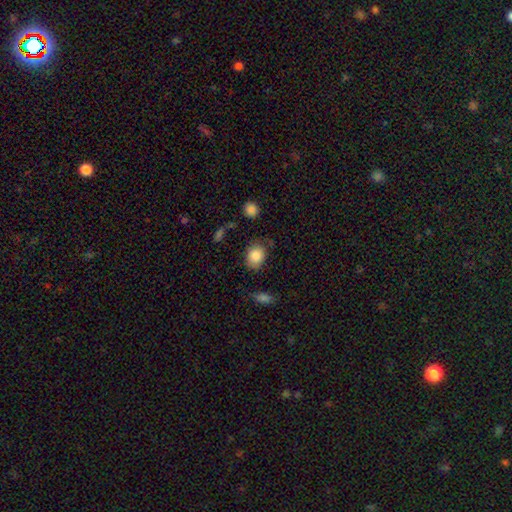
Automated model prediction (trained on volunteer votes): smooth 86%, star or artifact 8%, featured or disk 6%. Down the decision tree: how rounded — in between (54%); merging — none (71%).